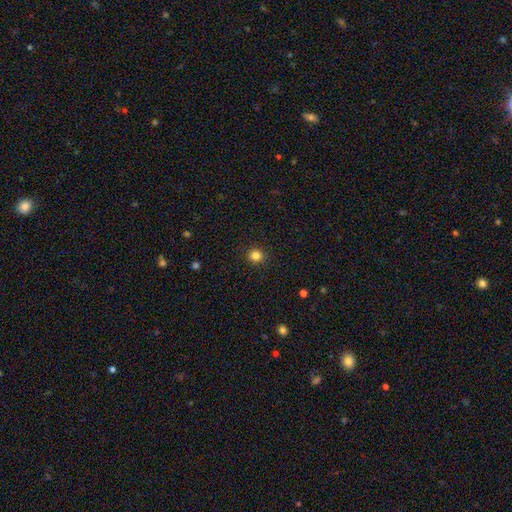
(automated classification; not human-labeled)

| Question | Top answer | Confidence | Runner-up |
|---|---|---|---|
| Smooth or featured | smooth | 83% | star or artifact (13%) |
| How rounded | round | 91% | in between (8%) |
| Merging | none | 92% | minor disturbance (6%) |